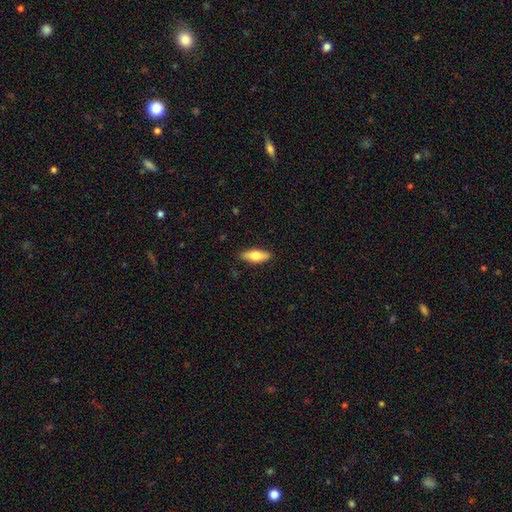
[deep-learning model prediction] Smooth or featured? Predicted: smooth (p=0.67). How rounded? Predicted: in between (p=0.68). Merging? Predicted: none (p=0.88).